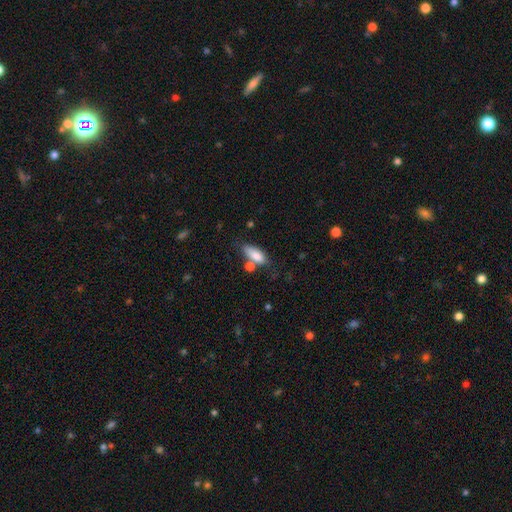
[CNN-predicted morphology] Smooth or featured? Predicted: smooth (p=0.83). How rounded? Predicted: in between (p=0.76). Merging? Predicted: none (p=0.58).